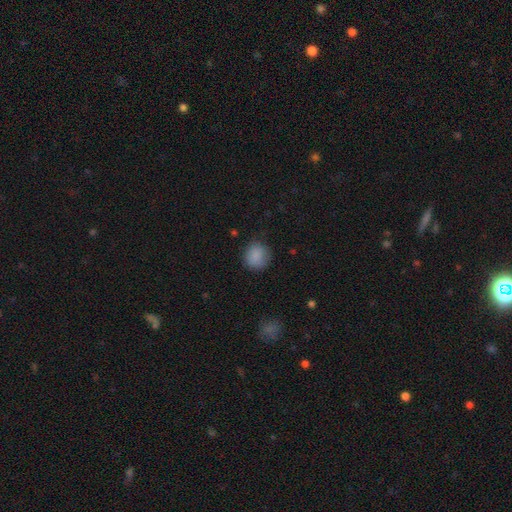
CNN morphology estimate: Smooth or featured: smooth — 86% (star or artifact — 9%)
How rounded: round — 85% (in between — 14%)
Merging: none — 80% (minor disturbance — 14%)